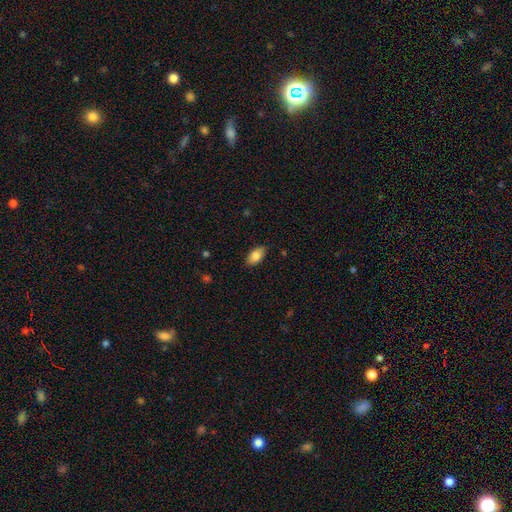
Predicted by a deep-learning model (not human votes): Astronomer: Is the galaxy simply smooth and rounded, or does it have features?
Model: smooth — 85%.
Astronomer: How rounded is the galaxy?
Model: in between — 92%.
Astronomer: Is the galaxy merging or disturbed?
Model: none — 85%.